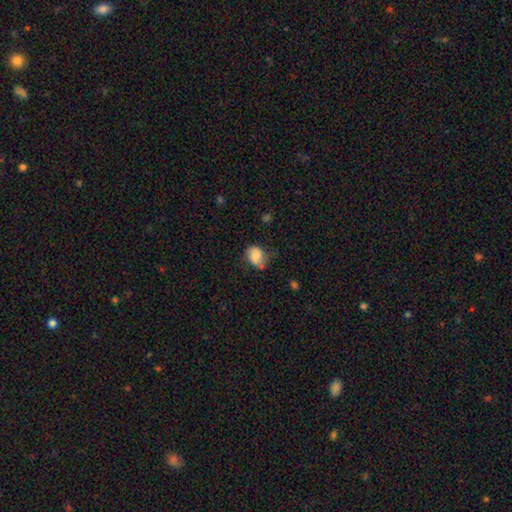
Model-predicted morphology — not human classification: This appears to be a smooth galaxy with no disk features (72%) that is in between round and cigar-shaped (56%). Merging: none (49%).